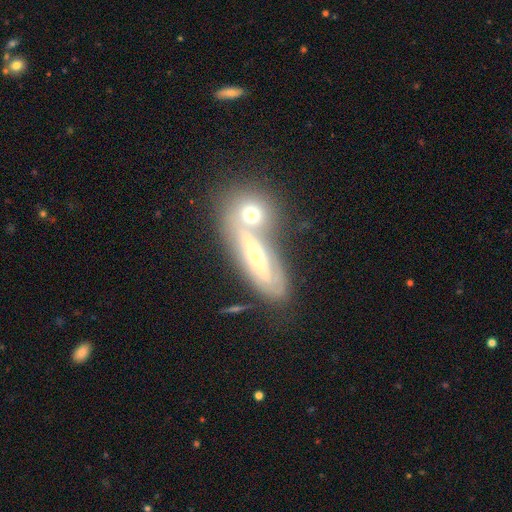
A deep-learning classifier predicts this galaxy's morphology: smooth_or_featured: featured or disk (p=0.60) [alt: smooth p=0.32]
disk_edge_on: no (p=0.66) [alt: yes p=0.34]
merging: merger (p=0.54) [alt: none p=0.31]